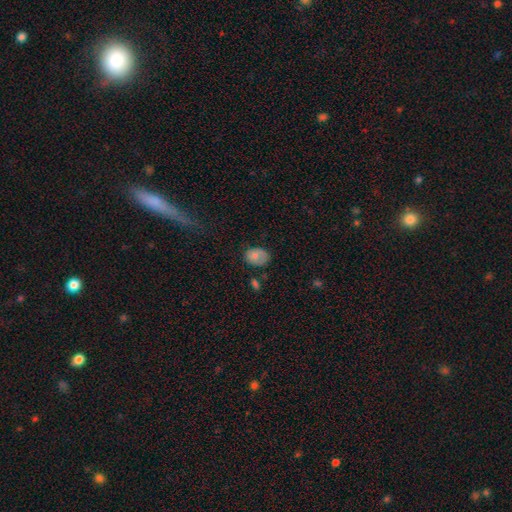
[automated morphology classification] Smooth or featured? smooth (75%)
How rounded? in between (65%)
Merging? none (58%)